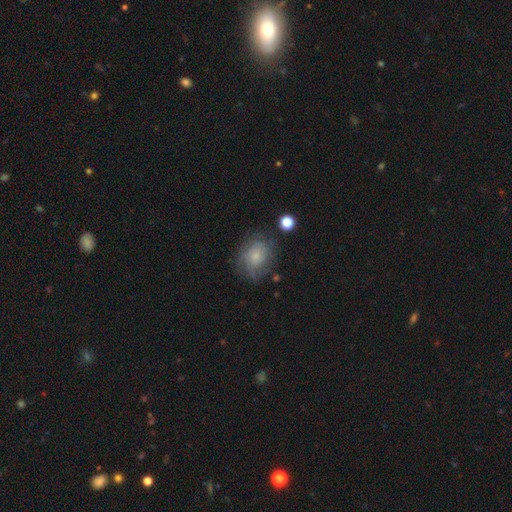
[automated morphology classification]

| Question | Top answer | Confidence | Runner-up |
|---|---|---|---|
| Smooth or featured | smooth | 50% | featured or disk (39%) |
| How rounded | round | 53% | in between (46%) |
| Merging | none | 65% | minor disturbance (22%) |